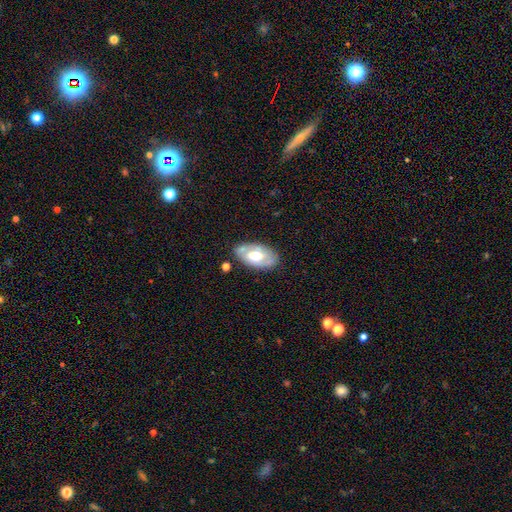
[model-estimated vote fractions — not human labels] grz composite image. It shows a featured or disk galaxy (53%). Merging: none (74%).